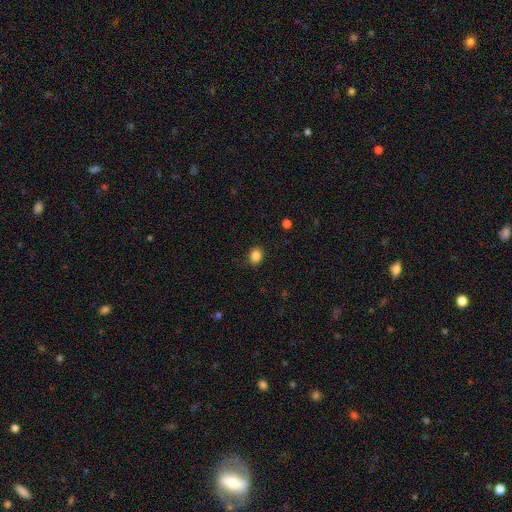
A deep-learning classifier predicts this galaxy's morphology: The model was most divided on "how rounded": in between: 53%, round: 46%, cigar-shaped: 1%. More confident: merging — none (87%); smooth or featured — smooth (86%).